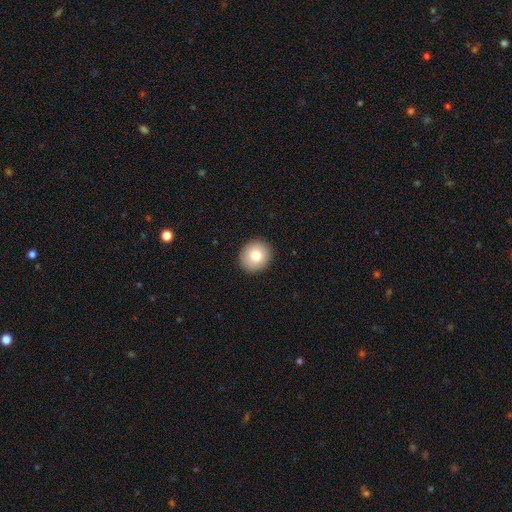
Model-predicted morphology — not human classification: Smooth or featured? smooth (78%)
How rounded? round (84%)
Merging? none (92%)